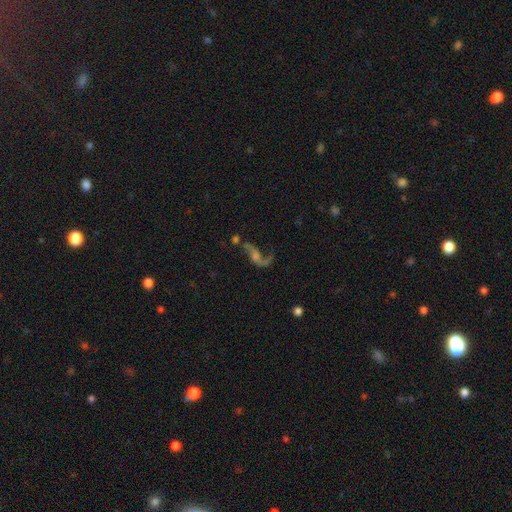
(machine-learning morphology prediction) Smooth or featured: featured or disk — 79% (star or artifact — 11%)
Edge-on disk: no — 93% (yes — 7%)
Bar: no — 56% (weak — 32%)
Spiral arms: yes — 91% (no — 9%)
Spiral winding: loose — 87% (medium — 10%)
Spiral arm count: 2 — 81% (1 — 14%)
Bulge size: small — 38% (moderate — 34%)
Merging: none — 49% (major disturbance — 23%)